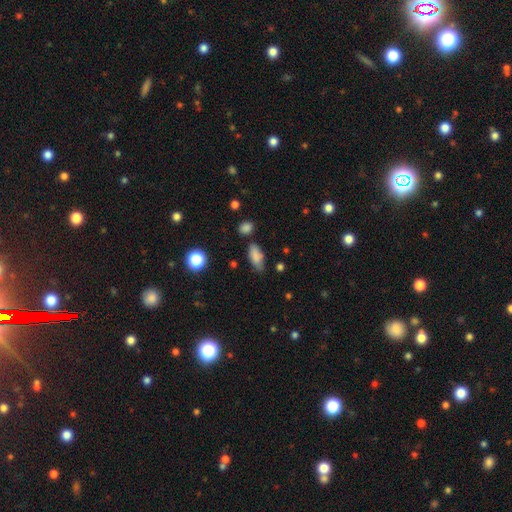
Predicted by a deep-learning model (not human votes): Morphology: type=smooth (83%); roundness=in between (84%); merging=none (66%).